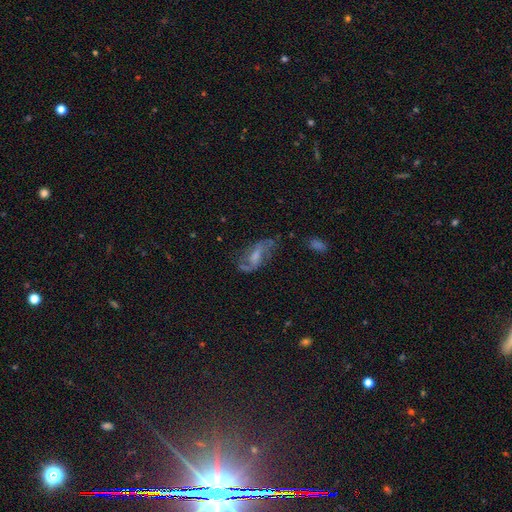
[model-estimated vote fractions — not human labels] A featured or disk galaxy (69%) with a weak bar (49%), 2 (79%) loose (56%) spiral arms (85%) and a moderate central bulge (39%).

Vote fractions:
- Smooth or featured? featured or disk: 69% / smooth: 22% / star or artifact: 9%
- Edge-on disk? no: 93% / yes: 7%
- Bar? weak: 49% / no: 32% / strong: 19%
- Spiral arms? yes: 85% / no: 15%
- Spiral winding? loose: 56% / medium: 33% / tight: 11%
- Spiral arm count? 2: 79% / can't tell: 10% / 1: 6% / 3: 2% / 4: 1% / more than 4: 1%
- Bulge size? moderate: 39% / small: 36% / none: 18% / large: 6% / dominant: 1%
- Merging? none: 54% / minor disturbance: 24% / major disturbance: 18% / merger: 3%